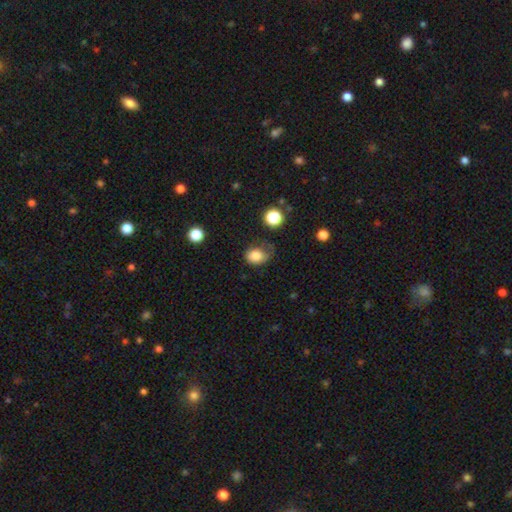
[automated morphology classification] A smooth galaxy with no disk features (81%) that is in between round and cigar-shaped (62%).

Vote fractions:
- Smooth or featured? smooth: 81% / star or artifact: 10% / featured or disk: 10%
- How rounded? in between: 62% / round: 38% / cigar-shaped: 1%
- Merging? none: 43% / minor disturbance: 35% / major disturbance: 18% / merger: 4%